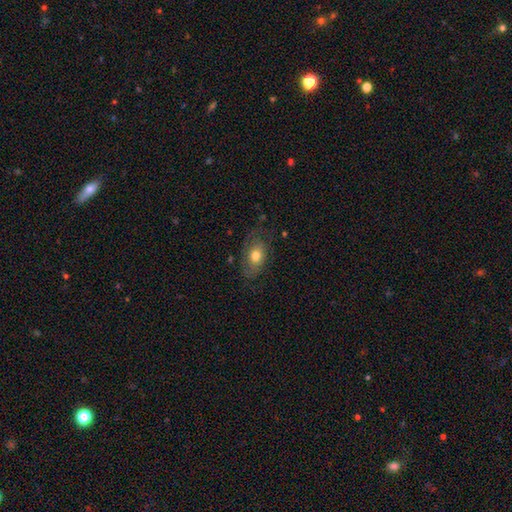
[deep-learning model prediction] smooth 61%, featured or disk 32%, star or artifact 7%. Down the decision tree: how rounded — in between (86%); merging — none (63%).